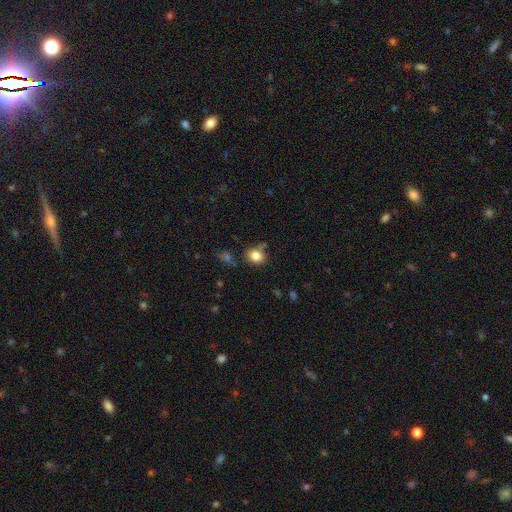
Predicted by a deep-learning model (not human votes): Q: Smooth or featured?
A: smooth (82%); runner-up: star or artifact (11%)
Q: How rounded?
A: round (55%); runner-up: in between (44%)
Q: Merging?
A: none (72%); runner-up: minor disturbance (16%)